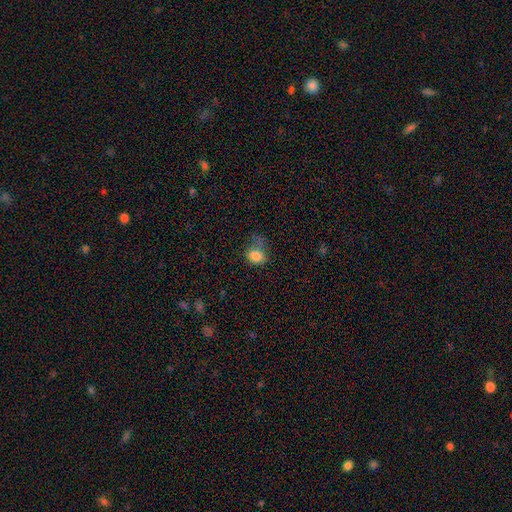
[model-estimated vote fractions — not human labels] Smooth or featured: smooth — 82% (star or artifact — 11%)
How rounded: round — 55% (in between — 44%)
Merging: none — 36% (minor disturbance — 31%)